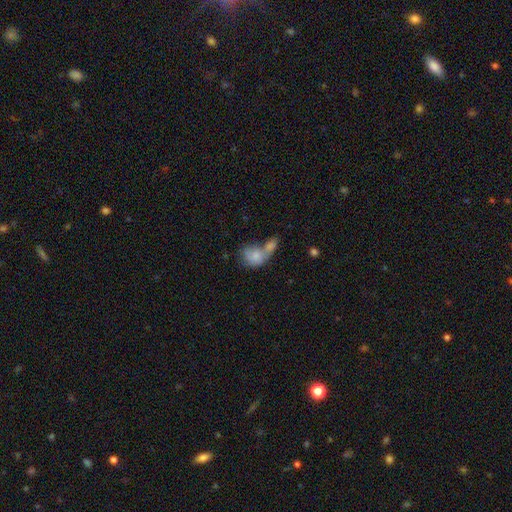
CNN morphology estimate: smooth-or-featured: smooth: 74% | featured or disk: 18% | star or artifact: 8%
  how-rounded: in between: 58% | round: 40% | cigar-shaped: 2%
  merging: merger: 65% | none: 17% | minor disturbance: 10% | major disturbance: 8%